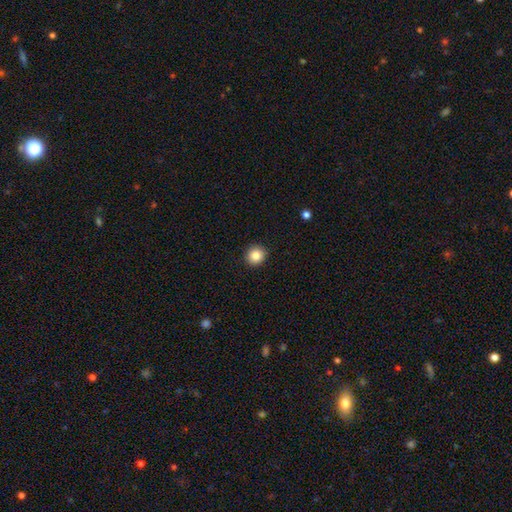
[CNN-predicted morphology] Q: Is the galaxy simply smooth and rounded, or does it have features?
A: smooth — 85%.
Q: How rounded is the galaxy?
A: round — 90%.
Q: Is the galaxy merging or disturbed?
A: none — 92%.